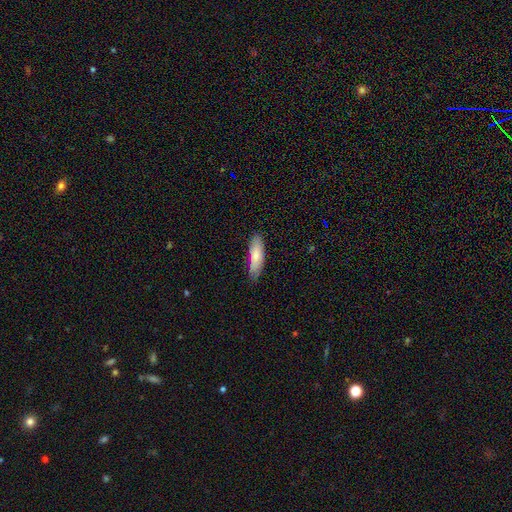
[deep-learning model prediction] Overall: smooth (78%). How rounded: cigar-shaped (51%; in between 48%). Merging: none (79%).